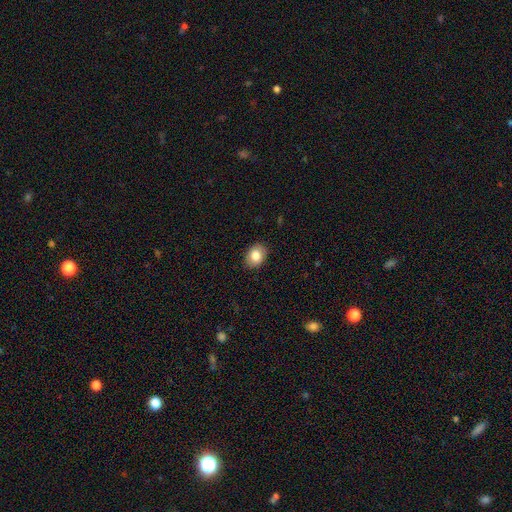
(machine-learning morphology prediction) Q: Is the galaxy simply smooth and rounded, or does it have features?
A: smooth — 83%.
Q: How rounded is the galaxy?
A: in between — 66%.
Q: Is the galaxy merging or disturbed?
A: none — 88%.